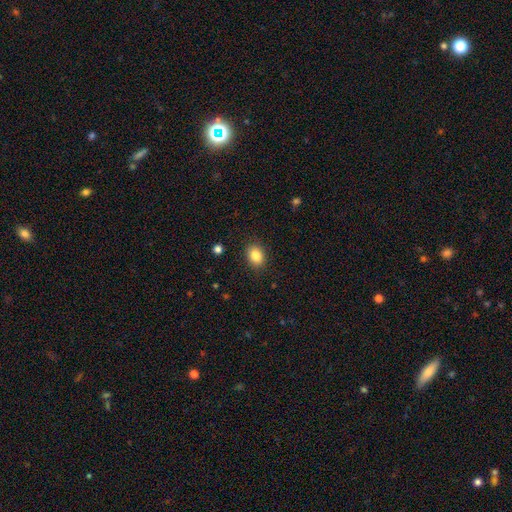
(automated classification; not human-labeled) A smooth galaxy with no disk features (85%) that is in between round and cigar-shaped (61%).

Vote fractions:
- Smooth or featured? smooth: 85% / star or artifact: 10% / featured or disk: 5%
- How rounded? in between: 61% / round: 38% / cigar-shaped: 1%
- Merging? none: 88% / minor disturbance: 8% / major disturbance: 2% / merger: 1%